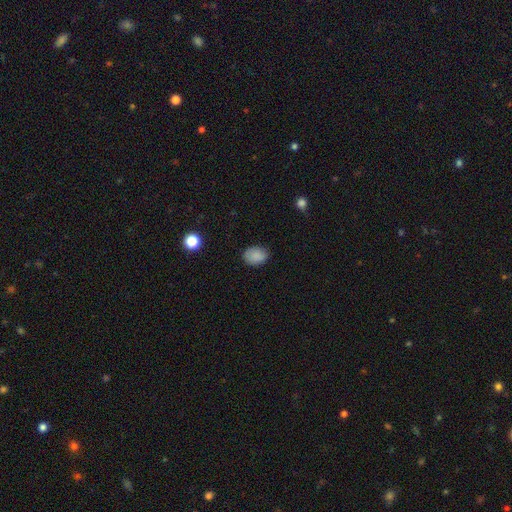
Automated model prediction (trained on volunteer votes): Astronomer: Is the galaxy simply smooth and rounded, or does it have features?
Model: smooth — 87%.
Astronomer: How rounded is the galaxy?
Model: in between — 67%.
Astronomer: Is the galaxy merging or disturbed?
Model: none — 82%.